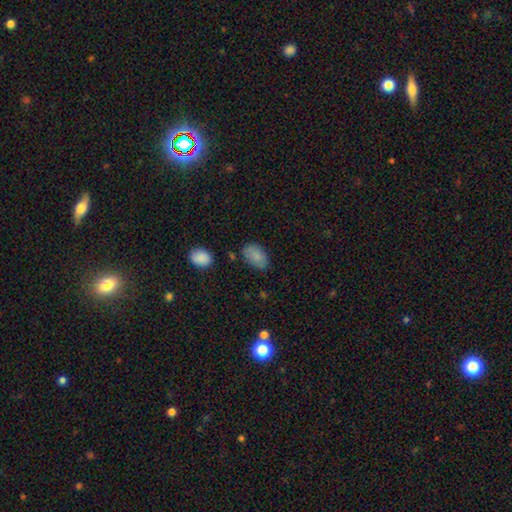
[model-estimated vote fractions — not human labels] smooth_or_featured: smooth (p=0.85) [alt: star or artifact p=0.08]
how_rounded: in between (p=0.90) [alt: round p=0.08]
merging: none (p=0.72) [alt: minor disturbance p=0.19]